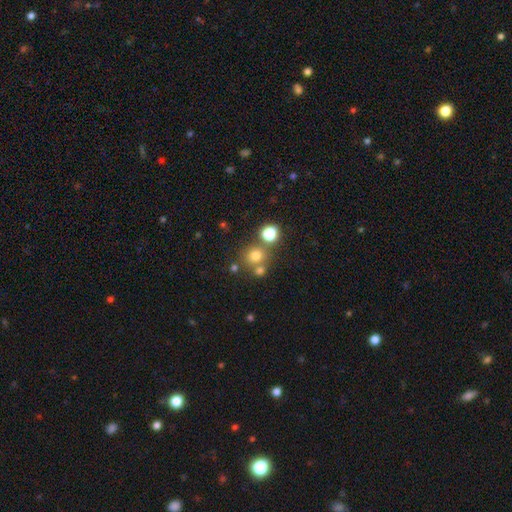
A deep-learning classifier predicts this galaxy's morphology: Smooth or featured: smooth — 72% (star or artifact — 19%)
How rounded: round — 87% (in between — 12%)
Merging: none — 65% (merger — 23%)